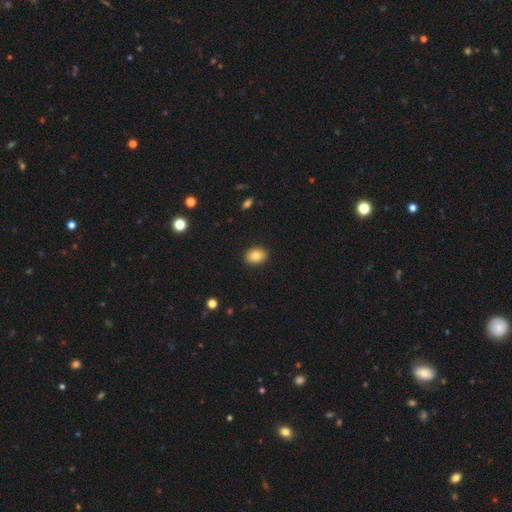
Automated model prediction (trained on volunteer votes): Smooth or featured? Predicted: smooth (p=0.85). How rounded? Predicted: in between (p=0.75). Merging? Predicted: none (p=0.90).